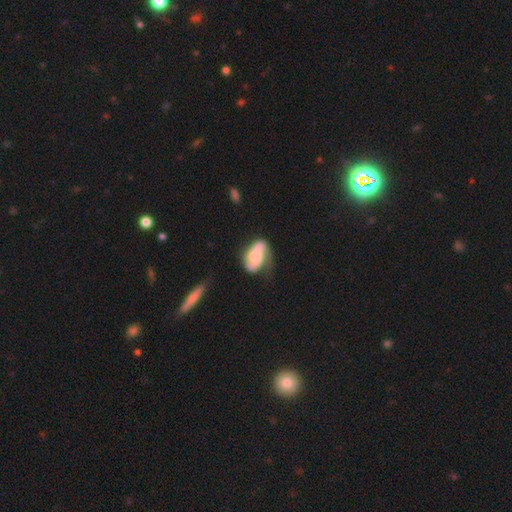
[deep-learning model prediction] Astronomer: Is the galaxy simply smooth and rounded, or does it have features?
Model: featured or disk — 60%.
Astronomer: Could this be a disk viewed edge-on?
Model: no — 97%.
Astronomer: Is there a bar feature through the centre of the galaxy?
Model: no — 61%.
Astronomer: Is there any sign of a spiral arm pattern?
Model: yes — 87%.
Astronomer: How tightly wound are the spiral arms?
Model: loose — 39%, tied with medium at 39%.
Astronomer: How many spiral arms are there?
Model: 2 — 72%.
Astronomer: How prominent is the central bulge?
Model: none — 46% (runner-up: small, 21%).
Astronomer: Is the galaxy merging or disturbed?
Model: none — 44% (runner-up: minor disturbance, 29%).